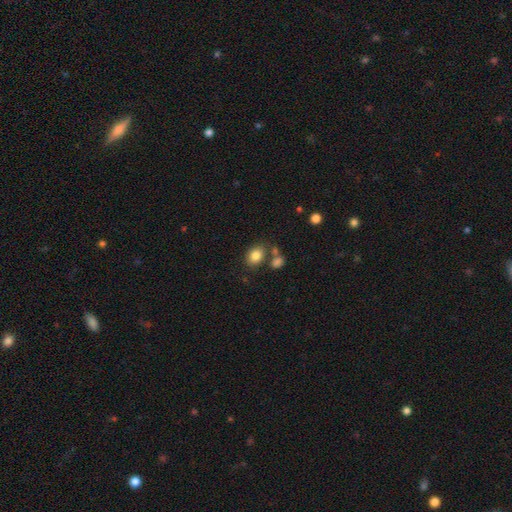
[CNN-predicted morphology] The model was most divided on "how rounded": in between: 66%, round: 33%, cigar-shaped: 1%. More confident: smooth or featured — smooth (83%); merging — none (68%).